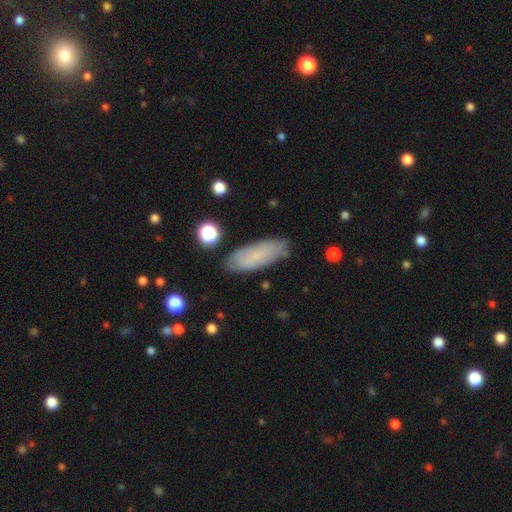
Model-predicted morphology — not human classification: This appears to be a smooth galaxy with no disk features (70%) that is in between round and cigar-shaped (65%). Merging: none (84%).